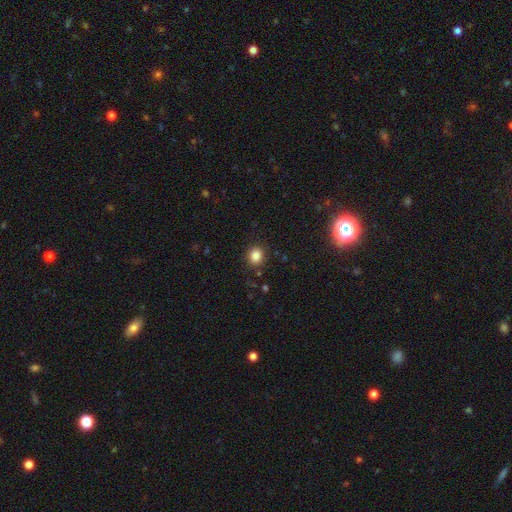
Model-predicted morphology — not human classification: This is clearly a smooth galaxy (84%). How rounded: likely round (78%). Merging: clearly none (88%).